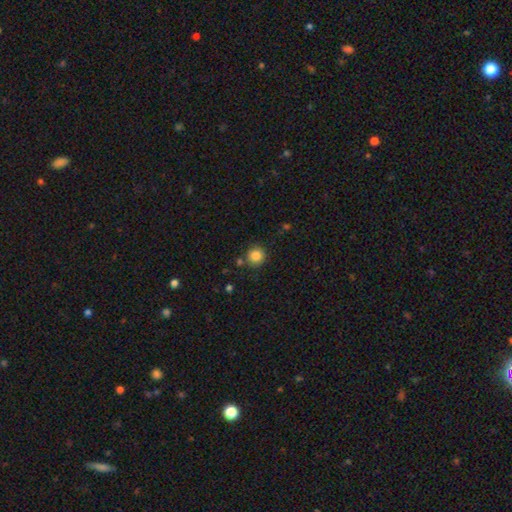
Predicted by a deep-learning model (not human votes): Q: Smooth or featured?
A: smooth (85%); runner-up: star or artifact (10%)
Q: How rounded?
A: round (94%); runner-up: in between (5%)
Q: Merging?
A: none (83%); runner-up: minor disturbance (9%)